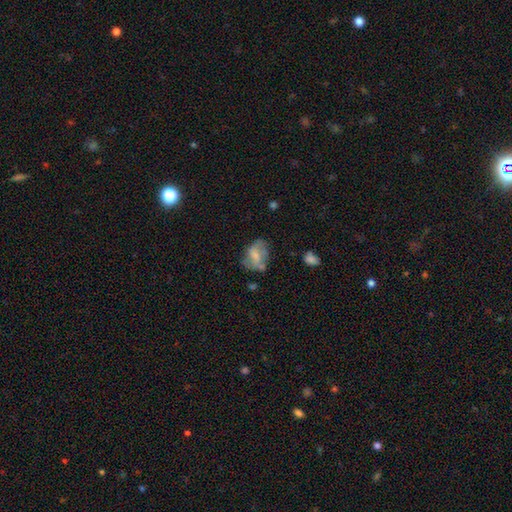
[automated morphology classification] type=smooth (51%); roundness=in between (73%); merging=none (43%).